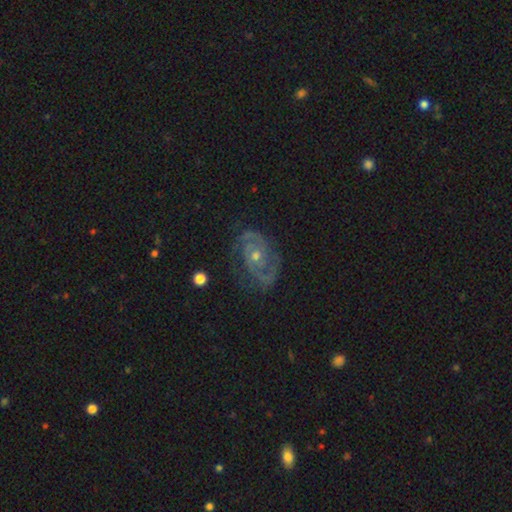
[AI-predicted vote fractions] Smooth or featured: featured or disk — 88% (smooth — 6%)
Edge-on disk: no — 97% (yes — 3%)
Bar: no — 72% (weak — 23%)
Spiral arms: yes — 96% (no — 4%)
Spiral winding: tight — 51% (medium — 39%)
Spiral arm count: 2 — 74% (can't tell — 9%)
Bulge size: moderate — 54% (small — 43%)
Merging: none — 73% (minor disturbance — 18%)